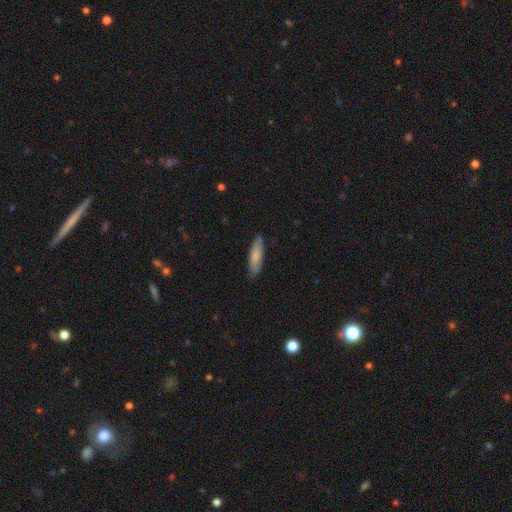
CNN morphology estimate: smooth_or_featured: smooth (p=0.76) [alt: featured or disk p=0.19]
how_rounded: cigar-shaped (p=0.67) [alt: in between p=0.31]
merging: none (p=0.82) [alt: minor disturbance p=0.14]